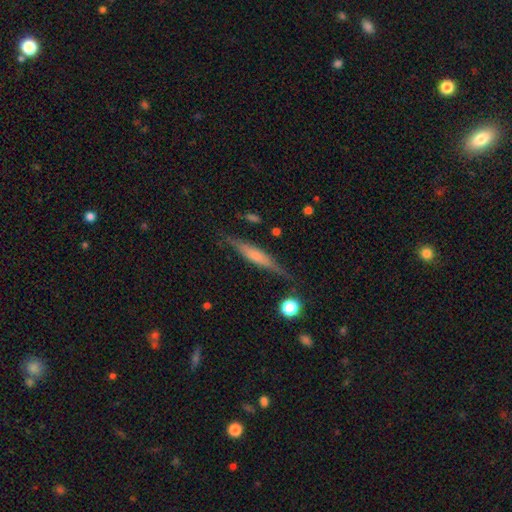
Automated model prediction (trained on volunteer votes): This is possibly a featured or disk galaxy (52%). It is clearly viewed edge-on (94%). Merging: likely none (79%).